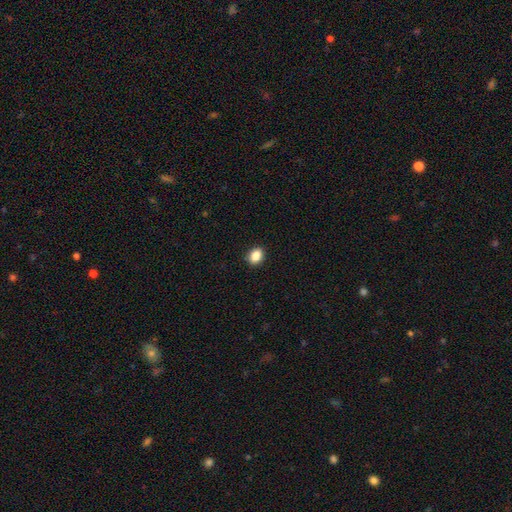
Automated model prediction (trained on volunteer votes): smooth 87%, star or artifact 9%, featured or disk 4%. Down the decision tree: how rounded — in between (56%); merging — none (89%).